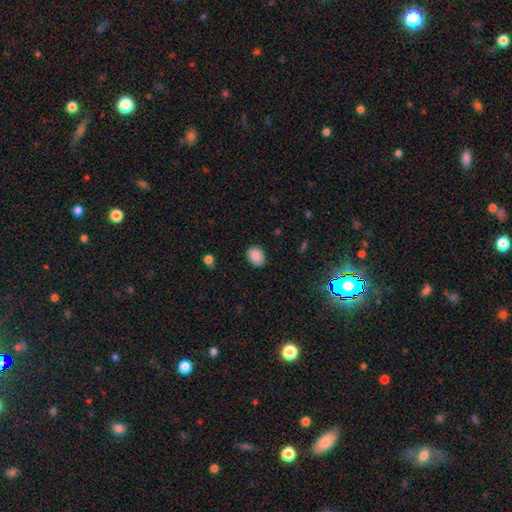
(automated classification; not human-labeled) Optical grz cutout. It shows a smooth galaxy with no disk features (87%) that is in between round and cigar-shaped (51%). Merging: none (87%).